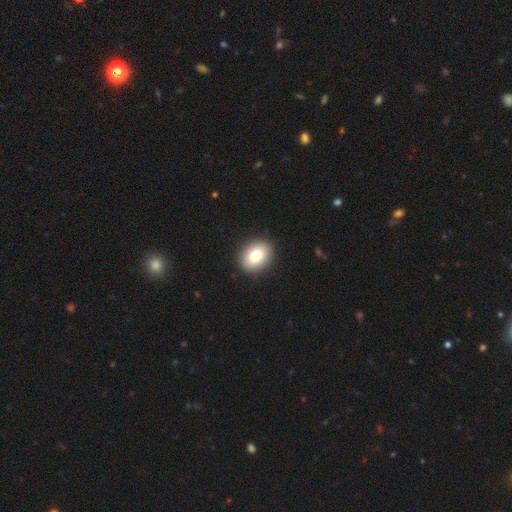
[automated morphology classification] Smooth or featured? smooth (82%)
How rounded? in between (51%)
Merging? none (91%)